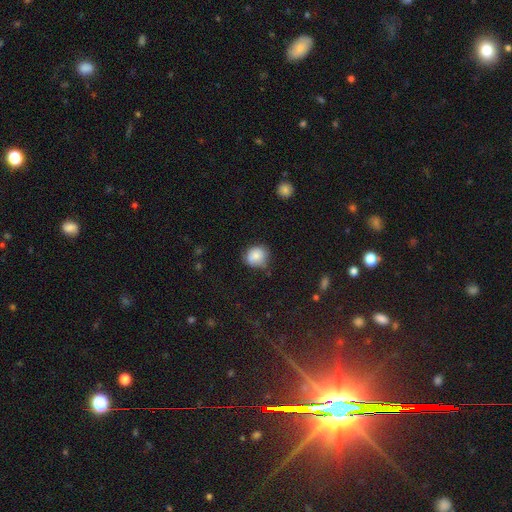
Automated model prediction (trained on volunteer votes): Smooth or featured? smooth (82%)
How rounded? round (78%)
Merging? none (69%)